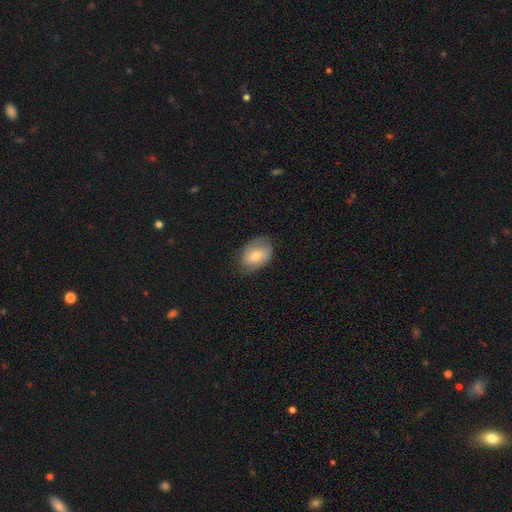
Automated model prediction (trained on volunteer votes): A smooth galaxy with no disk features (65%) that is in between round and cigar-shaped (78%).

Vote fractions:
- Smooth or featured? smooth: 65% / featured or disk: 28% / star or artifact: 7%
- How rounded? in between: 78% / round: 21% / cigar-shaped: 1%
- Merging? none: 67% / minor disturbance: 25% / major disturbance: 6% / merger: 1%